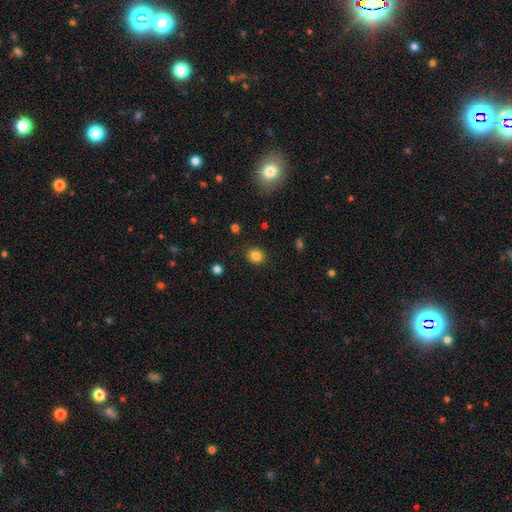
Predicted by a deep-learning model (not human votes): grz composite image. It shows a smooth galaxy with no disk features (83%) that is round (77%). Merging: none (90%).